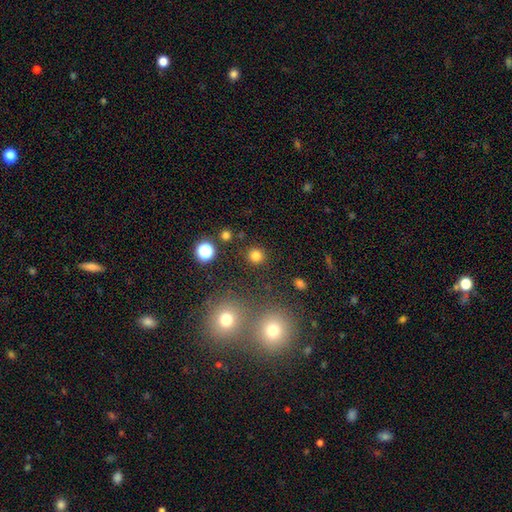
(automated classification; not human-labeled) A smooth galaxy with no disk features (80%) that is round (92%). Merging: none (89%).